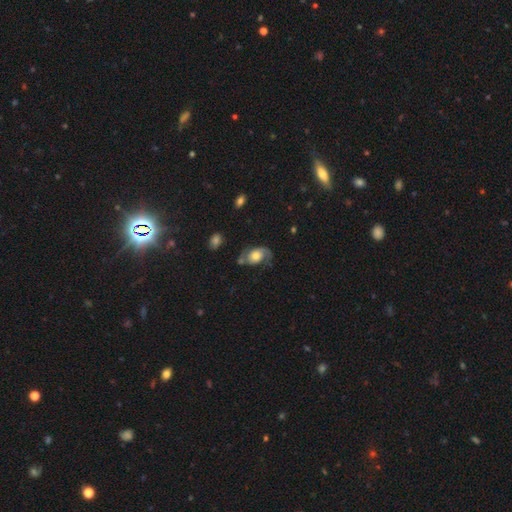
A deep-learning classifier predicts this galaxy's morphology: This appears to be a featured or disk galaxy (69%) with no bar (72%), 2 (79%) medium (44%) spiral arms (89%) and a moderate central bulge (58%). Merging: none (59%).